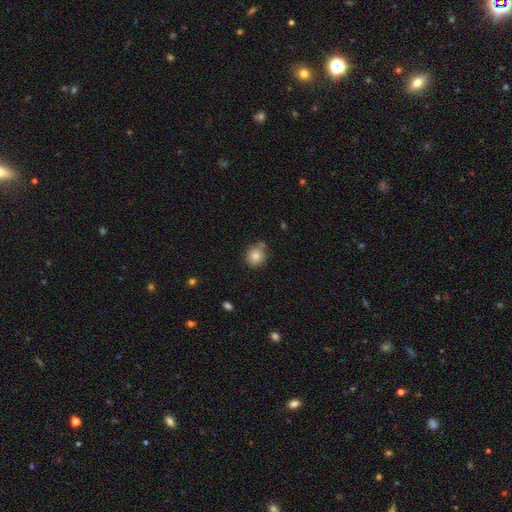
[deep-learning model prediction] Morphology: type=smooth (82%); roundness=round (82%); merging=none (72%).